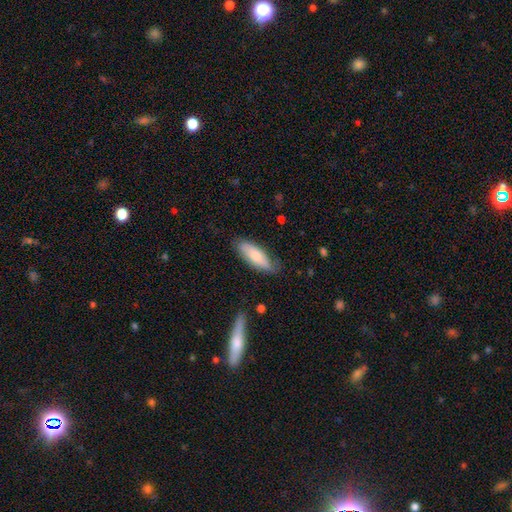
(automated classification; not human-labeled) The model was most divided on "how rounded": in between: 65%, cigar-shaped: 34%, round: 2%. More confident: merging — none (73%); smooth or featured — smooth (70%).